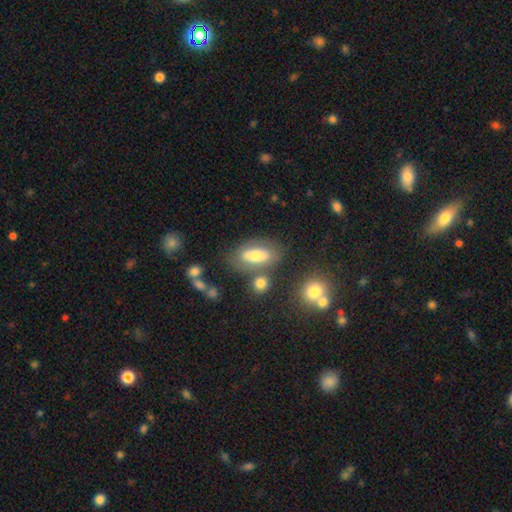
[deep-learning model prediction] Q: Smooth or featured?
A: smooth (60%); runner-up: featured or disk (30%)
Q: How rounded?
A: in between (83%); runner-up: cigar-shaped (11%)
Q: Merging?
A: none (65%); runner-up: minor disturbance (16%)